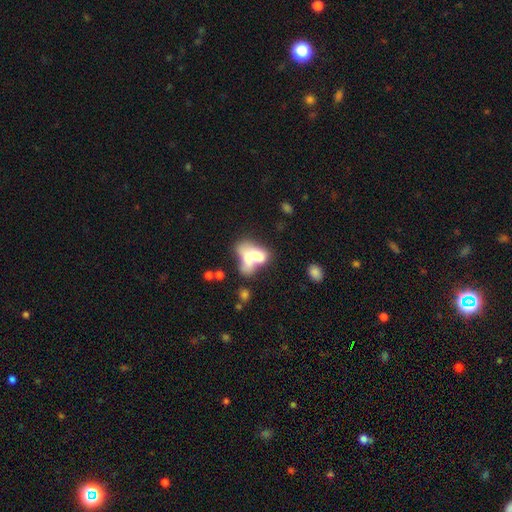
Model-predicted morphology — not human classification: Smooth or featured? Predicted: smooth (p=0.60). How rounded? Predicted: in between (p=0.81). Merging? Predicted: merger (p=0.74).